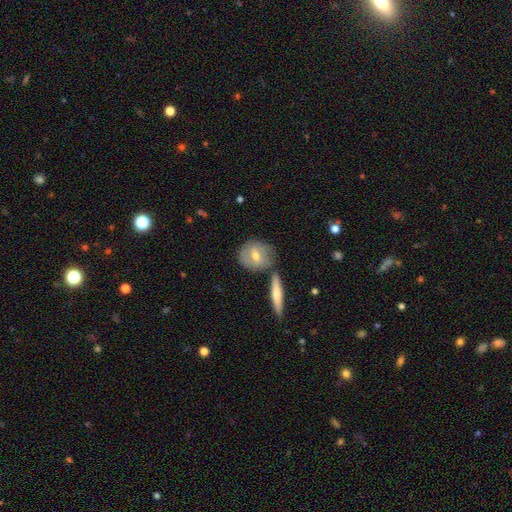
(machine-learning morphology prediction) Smooth or featured? Predicted: smooth (p=0.51). How rounded? Predicted: round (p=0.60). Merging? Predicted: none (p=0.68).